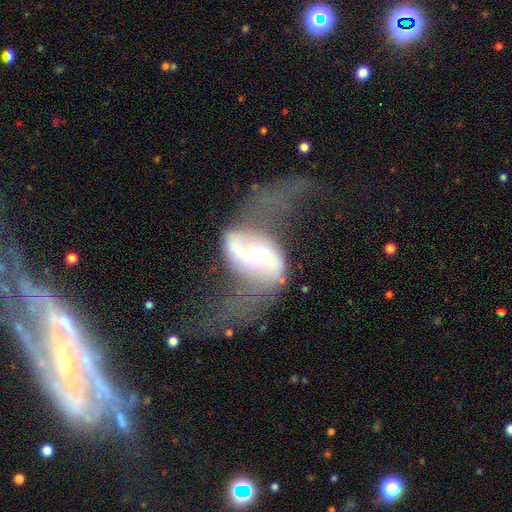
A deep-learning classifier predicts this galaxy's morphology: smooth_or_featured: featured or disk (p=0.81) [alt: smooth p=0.13]
disk_edge_on: no (p=0.96) [alt: yes p=0.04]
bar: no (p=0.43) [alt: weak p=0.33]
has_spiral_arms: yes (p=0.85) [alt: no p=0.15]
spiral_winding: loose (p=0.67) [alt: medium p=0.26]
spiral_arm_count: 2 (p=0.91) [alt: can't tell p=0.04]
bulge_size: moderate (p=0.61) [alt: large p=0.27]
merging: major disturbance (p=0.41) [alt: none p=0.36]